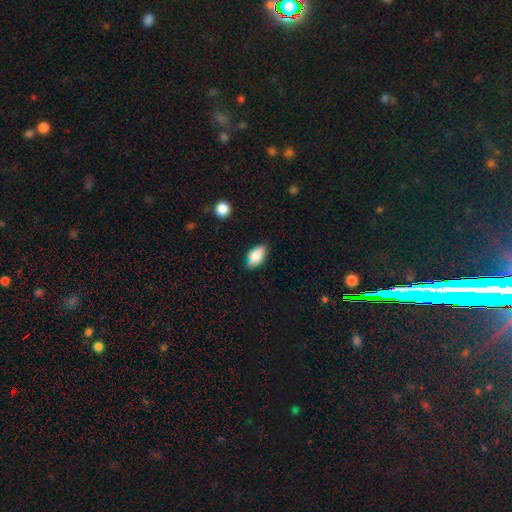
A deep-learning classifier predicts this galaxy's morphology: Smooth or featured?
  - smooth: 78% *
  - featured or disk: 14%
  - star or artifact: 8%
How rounded?
  - in between: 89% *
  - cigar-shaped: 6%
  - round: 5%
Merging?
  - none: 71% *
  - minor disturbance: 23%
  - major disturbance: 4%
  - merger: 2%